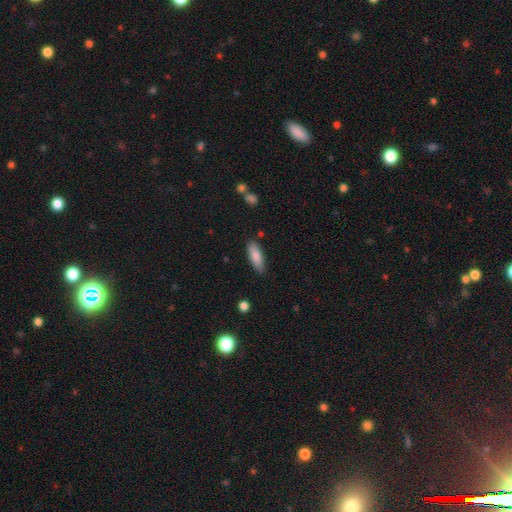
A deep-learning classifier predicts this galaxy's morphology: Smooth or featured? Predicted: smooth (p=0.81). How rounded? Predicted: in between (p=0.55). Merging? Predicted: none (p=0.82).